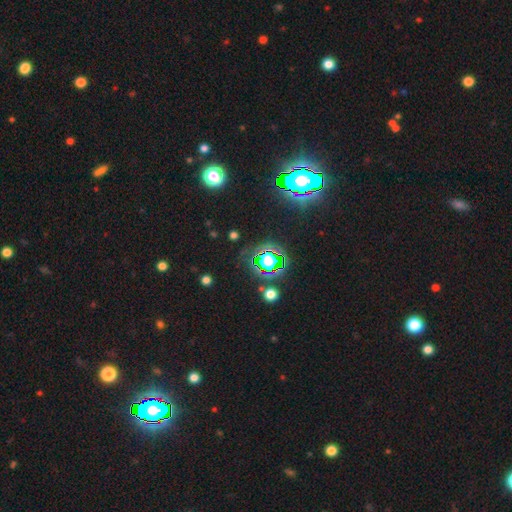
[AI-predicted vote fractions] Overall: star or artifact (81%).